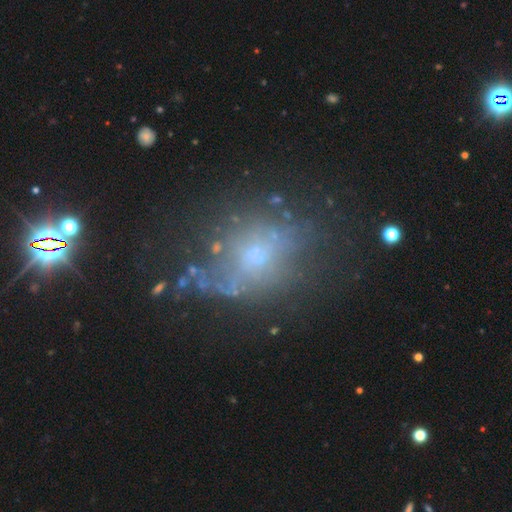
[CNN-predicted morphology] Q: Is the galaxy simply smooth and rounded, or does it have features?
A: featured or disk — 41%.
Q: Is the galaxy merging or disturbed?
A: none — 54%.